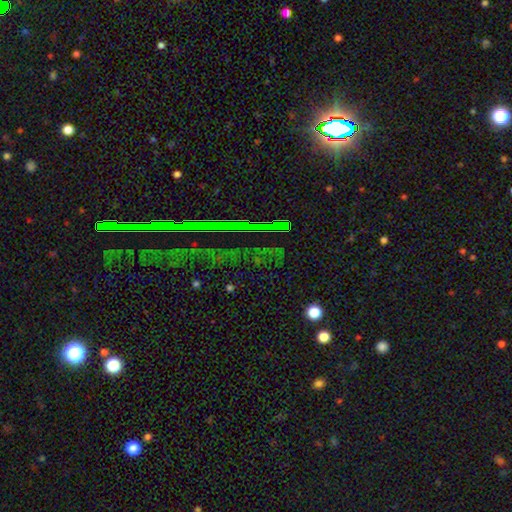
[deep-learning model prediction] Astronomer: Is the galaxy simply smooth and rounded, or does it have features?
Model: star or artifact — 77%.